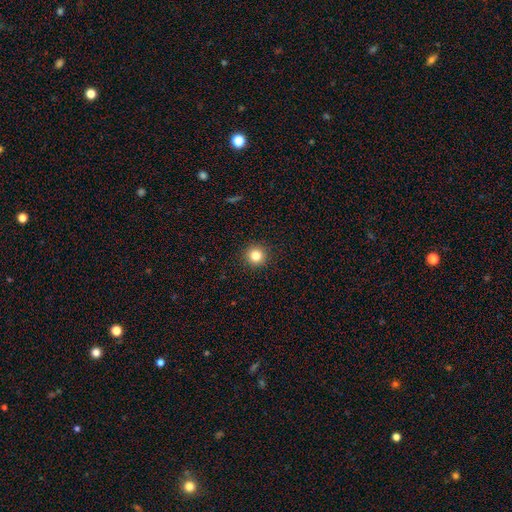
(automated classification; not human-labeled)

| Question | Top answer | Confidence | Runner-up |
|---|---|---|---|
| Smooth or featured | smooth | 82% | star or artifact (12%) |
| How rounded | round | 95% | in between (4%) |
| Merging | none | 93% | minor disturbance (5%) |